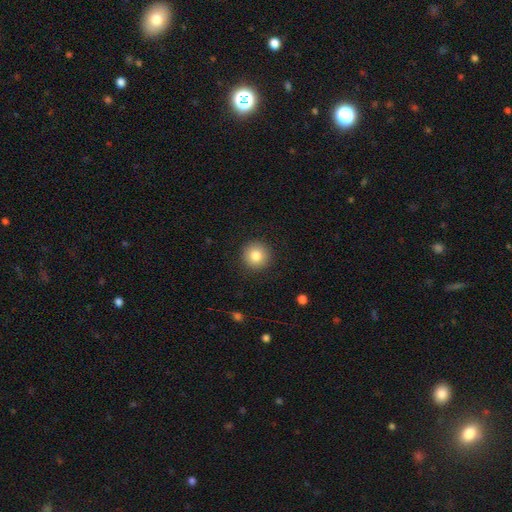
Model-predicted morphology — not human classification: This appears to be a smooth galaxy with no disk features (82%) that is round (95%). Merging: none (91%).